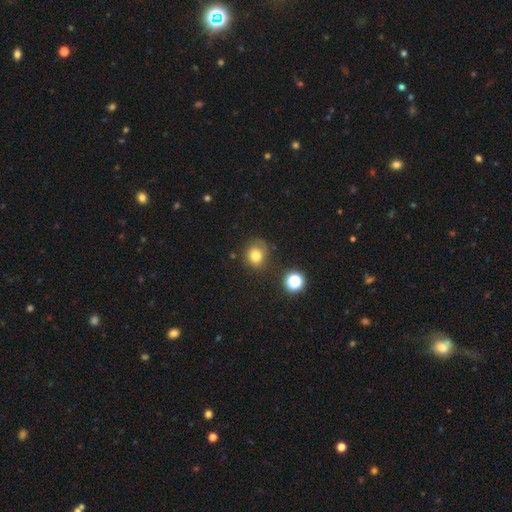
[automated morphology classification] Smooth or featured: smooth — 77% (star or artifact — 14%)
How rounded: round — 75% (in between — 24%)
Merging: none — 71% (minor disturbance — 19%)